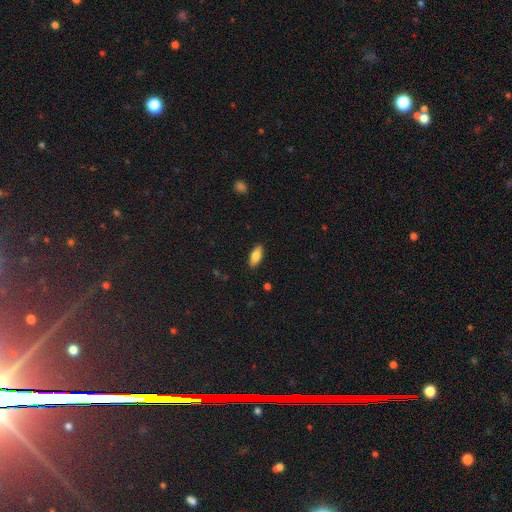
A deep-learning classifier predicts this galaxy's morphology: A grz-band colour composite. It shows a smooth galaxy with no disk features (79%) that is in between round and cigar-shaped (82%). Merging: none (88%).